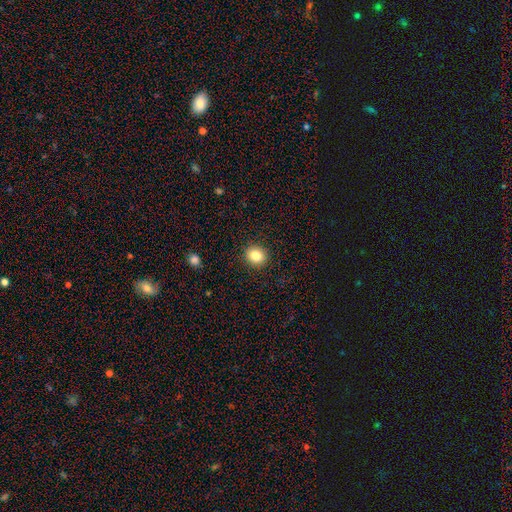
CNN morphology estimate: Overall: smooth (85%). How rounded: round (73%). Merging: none (91%).